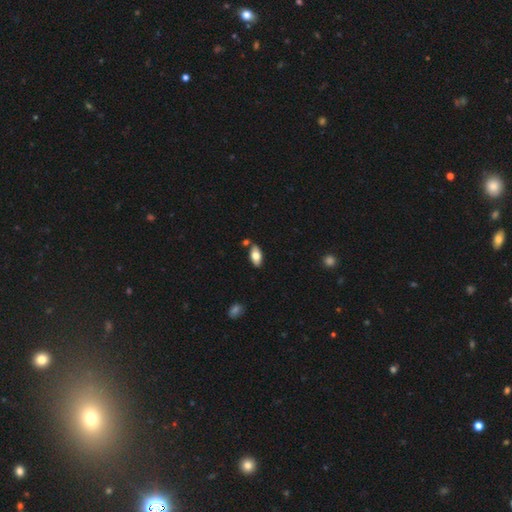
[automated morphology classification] smooth-or-featured: smooth: 70% | featured or disk: 24% | star or artifact: 6%
  how-rounded: in between: 90% | cigar-shaped: 7% | round: 3%
  merging: none: 81% | minor disturbance: 12% | merger: 5% | major disturbance: 2%